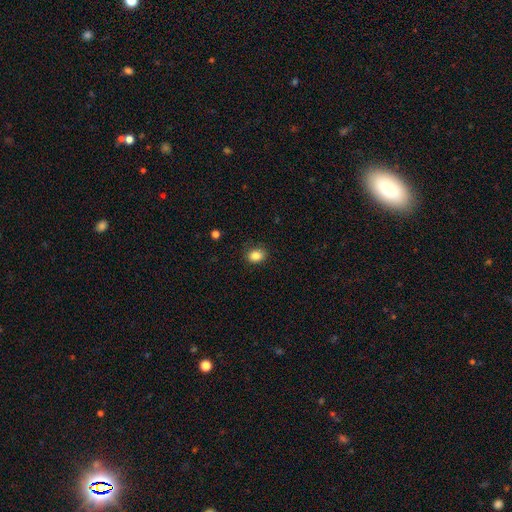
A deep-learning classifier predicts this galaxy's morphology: Smooth or featured: smooth — 85% (star or artifact — 10%)
How rounded: in between — 59% (round — 40%)
Merging: none — 84% (minor disturbance — 12%)